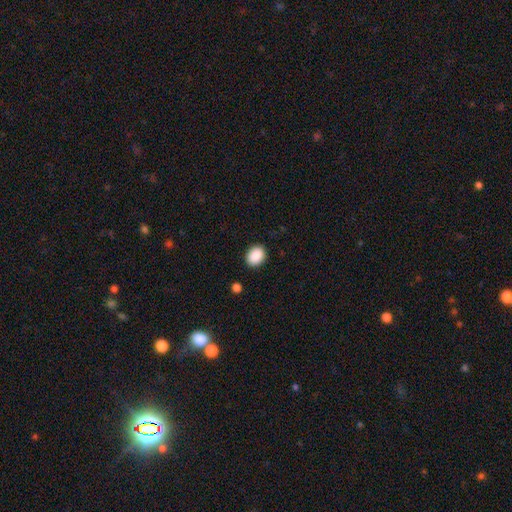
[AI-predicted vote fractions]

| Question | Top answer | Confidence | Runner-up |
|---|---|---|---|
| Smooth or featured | smooth | 90% | star or artifact (7%) |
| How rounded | in between | 58% | round (41%) |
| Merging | none | 90% | minor disturbance (7%) |